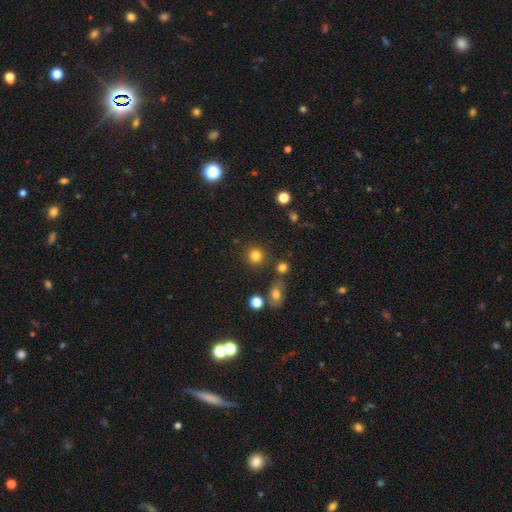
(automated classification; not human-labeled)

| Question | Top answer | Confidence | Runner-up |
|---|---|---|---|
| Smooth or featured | smooth | 80% | star or artifact (14%) |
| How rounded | round | 92% | in between (7%) |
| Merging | none | 85% | minor disturbance (7%) |